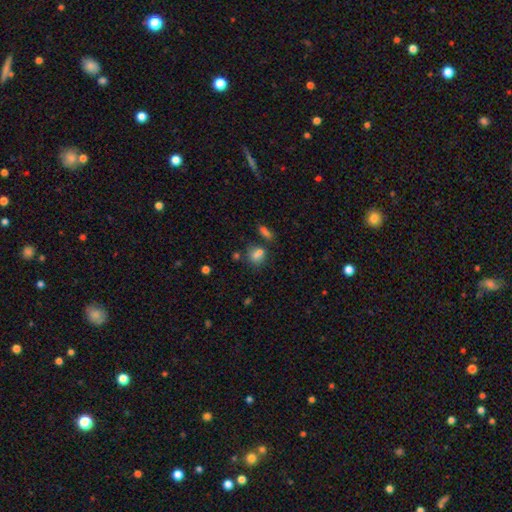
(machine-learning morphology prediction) Smooth or featured? Predicted: smooth (p=0.74). How rounded? Predicted: round (p=0.52). Merging? Predicted: none (p=0.53).